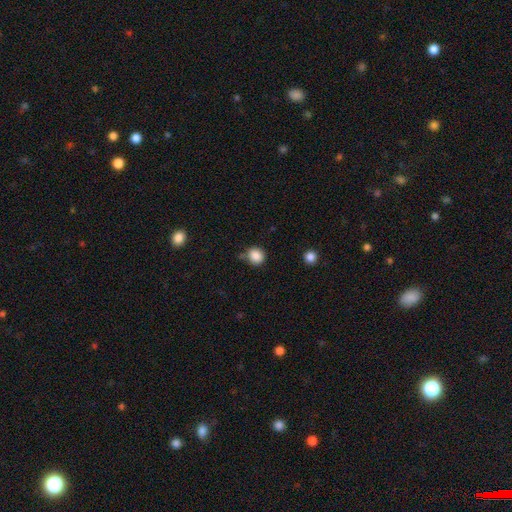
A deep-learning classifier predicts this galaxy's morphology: smooth_or_featured: smooth (p=0.87) [alt: star or artifact p=0.10]
how_rounded: round (p=0.84) [alt: in between p=0.15]
merging: none (p=0.73) [alt: minor disturbance p=0.17]